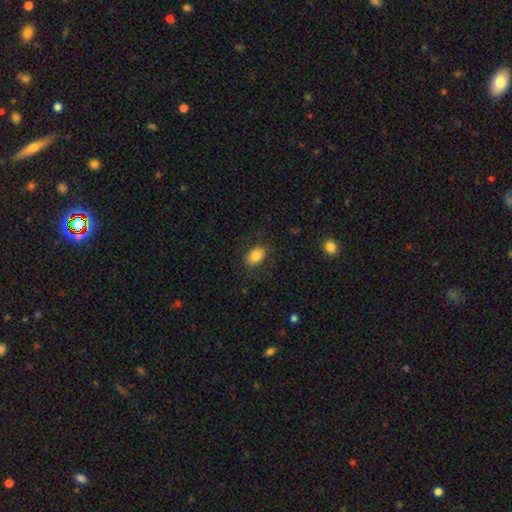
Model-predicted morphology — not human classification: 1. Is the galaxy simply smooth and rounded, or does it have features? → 82% smooth, 10% featured or disk, 8% star or artifact.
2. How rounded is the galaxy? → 83% in between, 16% round, 1% cigar-shaped.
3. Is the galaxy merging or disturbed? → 82% none, 12% minor disturbance, 5% major disturbance, 1% merger.